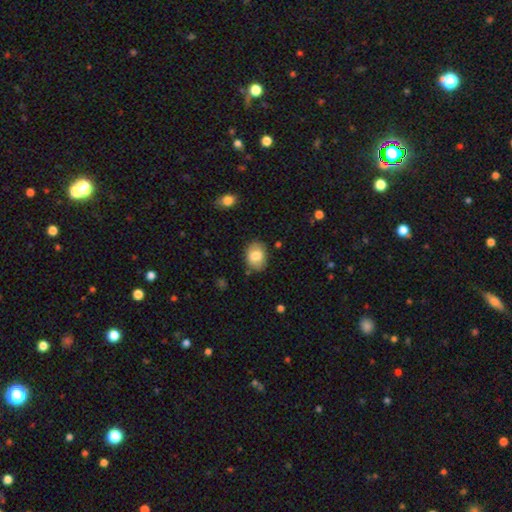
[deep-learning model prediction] A smooth galaxy with no disk features (81%) that is in between round and cigar-shaped (66%).

Vote fractions:
- Smooth or featured? smooth: 81% / featured or disk: 11% / star or artifact: 7%
- How rounded? in between: 66% / round: 33% / cigar-shaped: 1%
- Merging? none: 79% / minor disturbance: 15% / major disturbance: 3% / merger: 2%